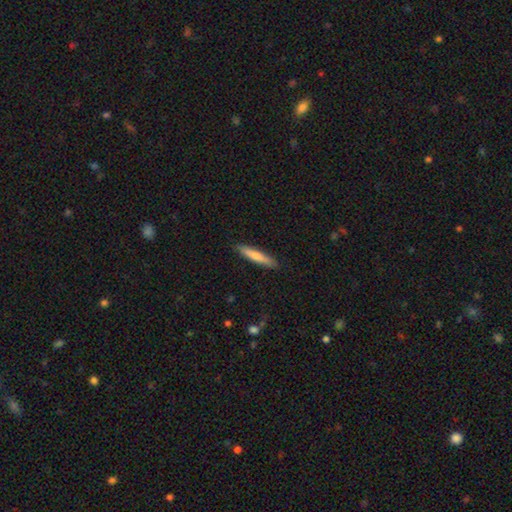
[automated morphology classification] smooth_or_featured: smooth (p=0.70) [alt: featured or disk p=0.24]
how_rounded: cigar-shaped (p=0.90) [alt: in between p=0.09]
merging: none (p=0.89) [alt: minor disturbance p=0.08]